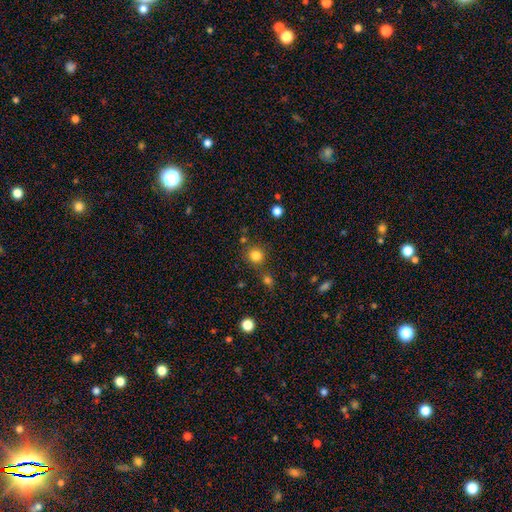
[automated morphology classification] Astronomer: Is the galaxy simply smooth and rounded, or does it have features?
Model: smooth — 81%.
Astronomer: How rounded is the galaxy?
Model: round — 90%.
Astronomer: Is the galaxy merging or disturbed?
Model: none — 76%.